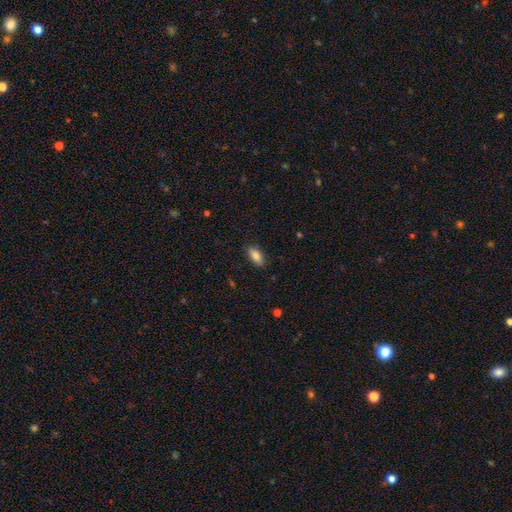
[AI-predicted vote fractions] Smooth or featured: smooth — 83% (featured or disk — 9%)
How rounded: in between — 85% (cigar-shaped — 12%)
Merging: none — 85% (minor disturbance — 11%)